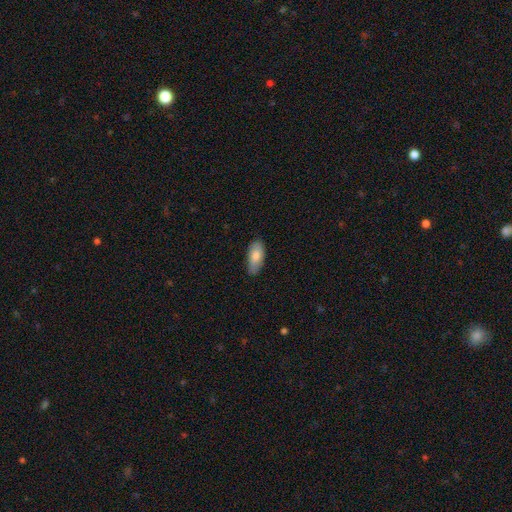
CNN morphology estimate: Smooth or featured?
  - smooth: 82% *
  - featured or disk: 12%
  - star or artifact: 6%
How rounded?
  - in between: 88% *
  - cigar-shaped: 10%
  - round: 2%
Merging?
  - none: 77% *
  - minor disturbance: 19%
  - major disturbance: 3%
  - merger: 1%